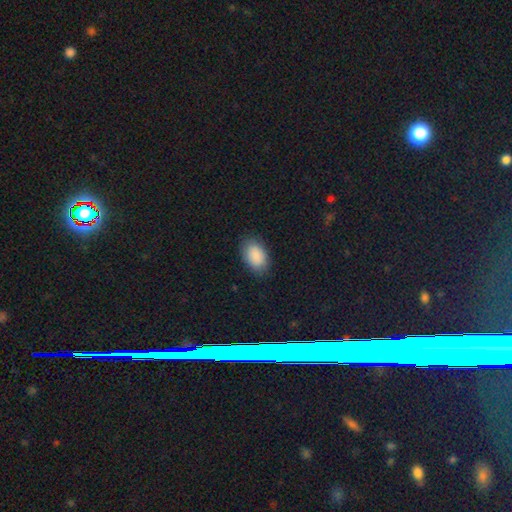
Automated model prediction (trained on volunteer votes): smooth-or-featured: smooth: 90% | star or artifact: 7% | featured or disk: 4%
  how-rounded: in between: 91% | round: 8% | cigar-shaped: 1%
  merging: none: 84% | minor disturbance: 12% | major disturbance: 3% | merger: 1%